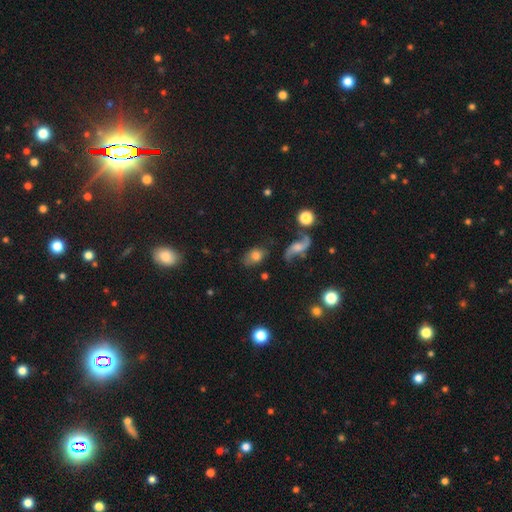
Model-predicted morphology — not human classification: Q: Smooth or featured?
A: smooth (67%); runner-up: featured or disk (22%)
Q: How rounded?
A: in between (80%); runner-up: round (18%)
Q: Merging?
A: none (64%); runner-up: minor disturbance (22%)